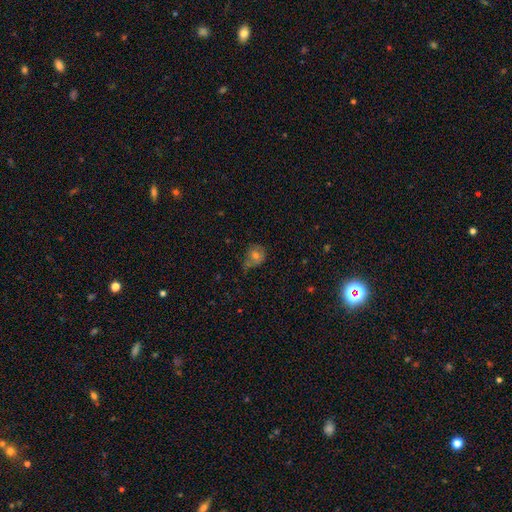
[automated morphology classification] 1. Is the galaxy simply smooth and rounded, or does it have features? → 63% smooth, 26% featured or disk, 11% star or artifact.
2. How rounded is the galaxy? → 72% round, 26% in between, 1% cigar-shaped.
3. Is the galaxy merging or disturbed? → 50% none, 32% minor disturbance, 14% major disturbance, 5% merger.